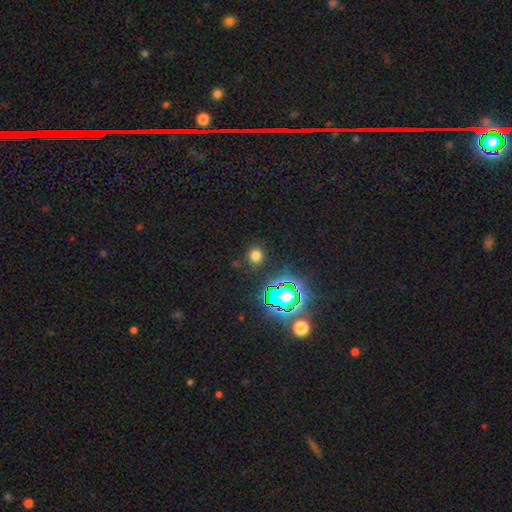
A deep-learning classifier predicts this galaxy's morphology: Overall: smooth (68%). How rounded: round (82%). Merging: none (87%).